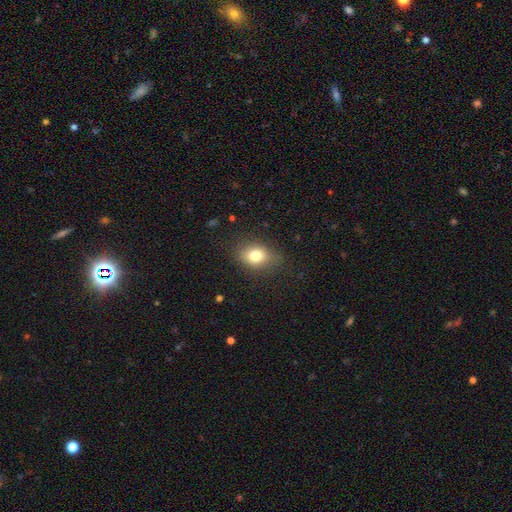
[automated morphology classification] This appears to be a smooth galaxy with no disk features (77%) that is in between round and cigar-shaped (64%). Merging: none (76%).